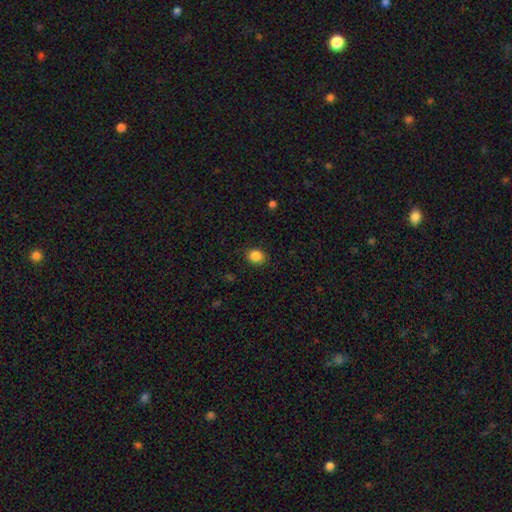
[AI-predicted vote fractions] Overall: smooth (86%). How rounded: round (64%; in between 35%). Merging: none (88%).